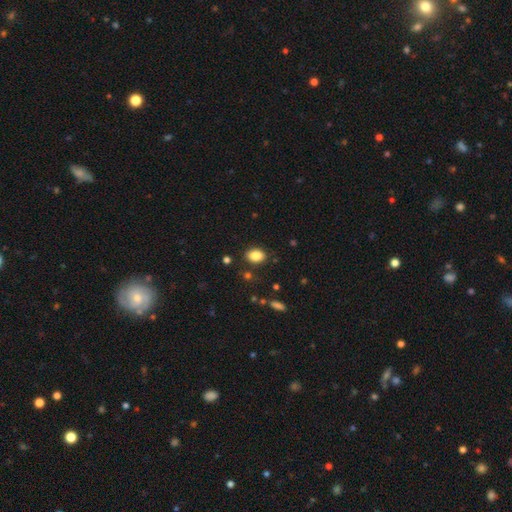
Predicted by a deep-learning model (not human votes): Q: Smooth or featured?
A: smooth (86%); runner-up: star or artifact (9%)
Q: How rounded?
A: in between (74%); runner-up: round (25%)
Q: Merging?
A: none (85%); runner-up: minor disturbance (10%)